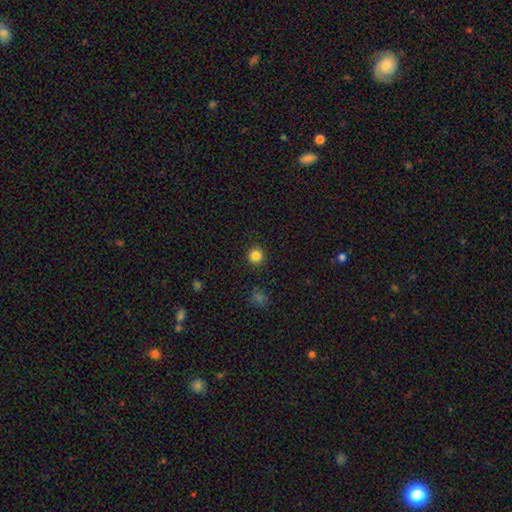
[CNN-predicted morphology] type=smooth (84%); roundness=round (95%); merging=none (92%).